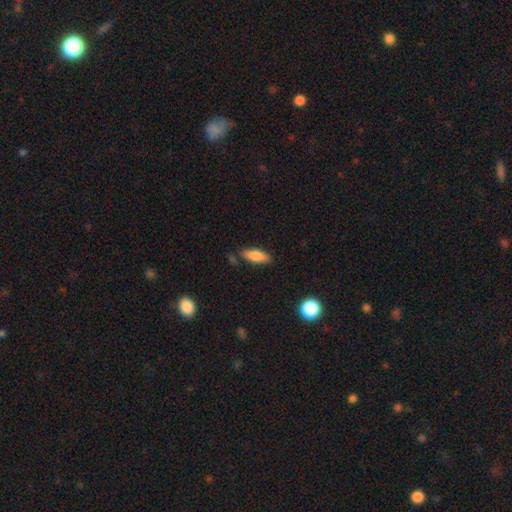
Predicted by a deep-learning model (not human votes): smooth 81%, featured or disk 12%, star or artifact 7%. Down the decision tree: how rounded — in between (72%); merging — none (76%).